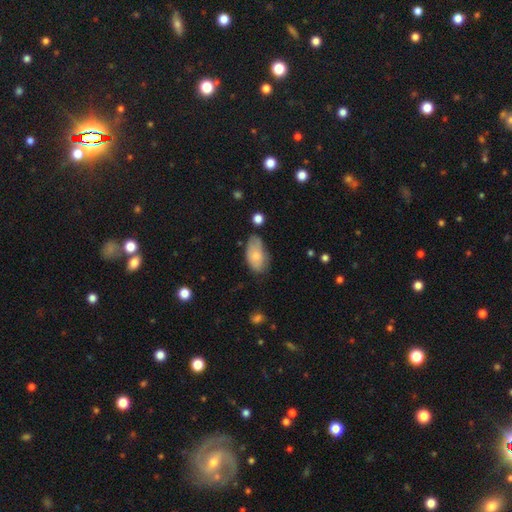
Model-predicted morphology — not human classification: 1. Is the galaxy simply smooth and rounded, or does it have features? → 72% smooth, 21% featured or disk, 7% star or artifact.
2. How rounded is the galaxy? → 93% in between, 4% round, 3% cigar-shaped.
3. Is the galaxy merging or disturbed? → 51% none, 35% minor disturbance, 10% major disturbance, 4% merger.